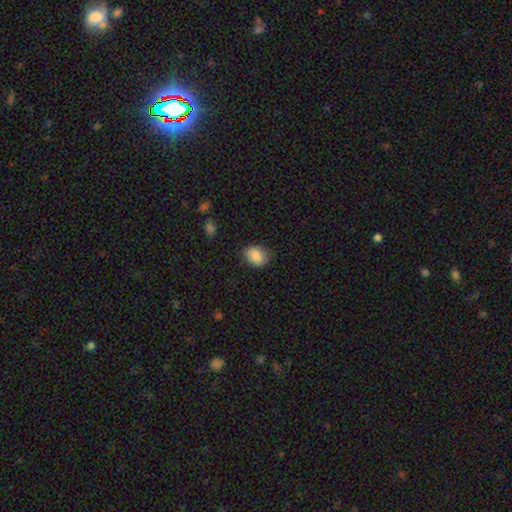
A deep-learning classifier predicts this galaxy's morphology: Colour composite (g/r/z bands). It shows a smooth galaxy with no disk features (85%) that is in between round and cigar-shaped (61%). Merging: none (77%).